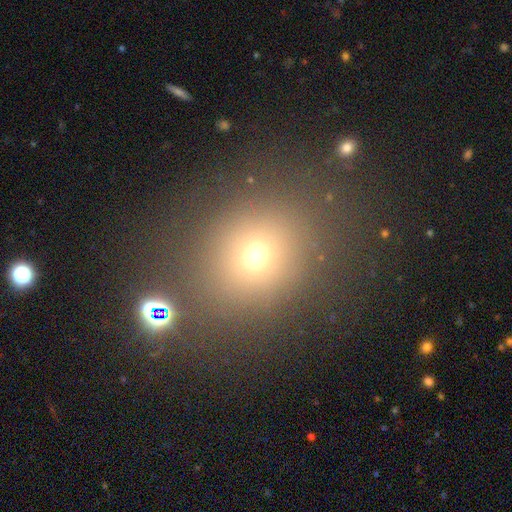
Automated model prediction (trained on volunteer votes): This appears to be a smooth galaxy with no disk features (65%) that is round (77%). Merging: none (80%).